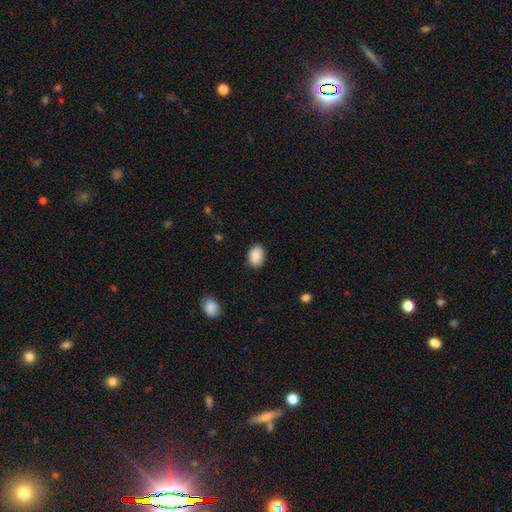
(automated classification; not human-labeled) A smooth galaxy with no disk features (90%) that is in between round and cigar-shaped (80%). Merging: none (85%).